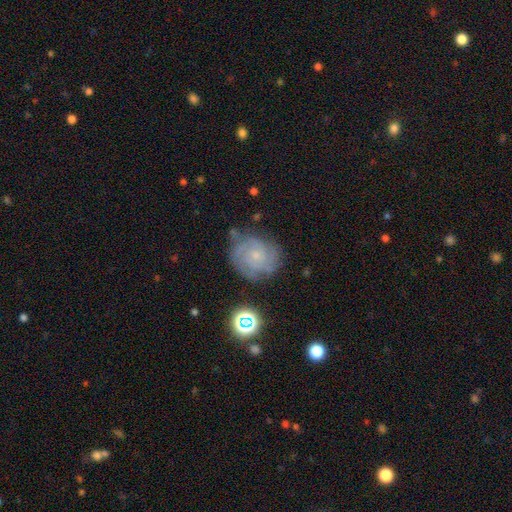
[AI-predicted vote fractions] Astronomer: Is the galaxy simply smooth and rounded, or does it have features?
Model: featured or disk — 70%.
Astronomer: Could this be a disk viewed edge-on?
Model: no — 98%.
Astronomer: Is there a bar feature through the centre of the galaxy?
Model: no — 76%.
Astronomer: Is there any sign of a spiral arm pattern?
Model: yes — 92%.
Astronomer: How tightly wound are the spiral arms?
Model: tight — 68%.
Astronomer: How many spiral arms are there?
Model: can't tell — 37% (runner-up: 2, 22%).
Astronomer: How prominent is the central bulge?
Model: small — 75%.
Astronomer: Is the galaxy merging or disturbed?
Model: none — 73%.